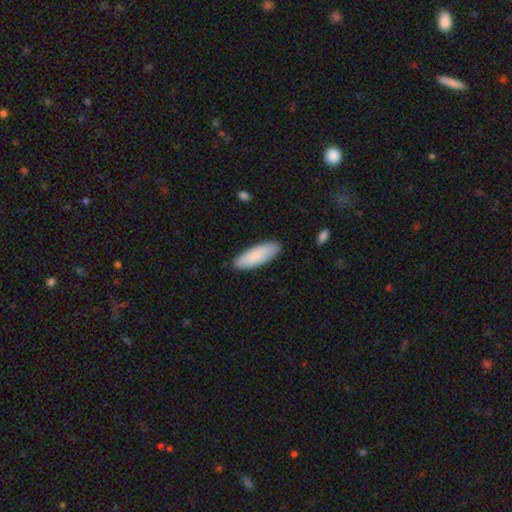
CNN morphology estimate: Overall: smooth (87%). How rounded: in between (60%; cigar-shaped 38%). Merging: none (87%).